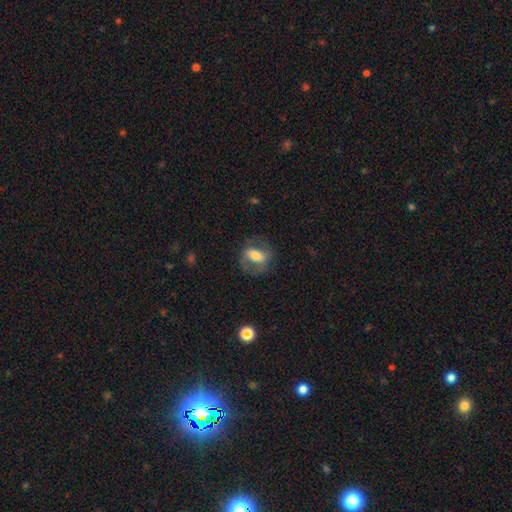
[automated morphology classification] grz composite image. It shows a smooth galaxy with no disk features (49%). Merging: none (67%).